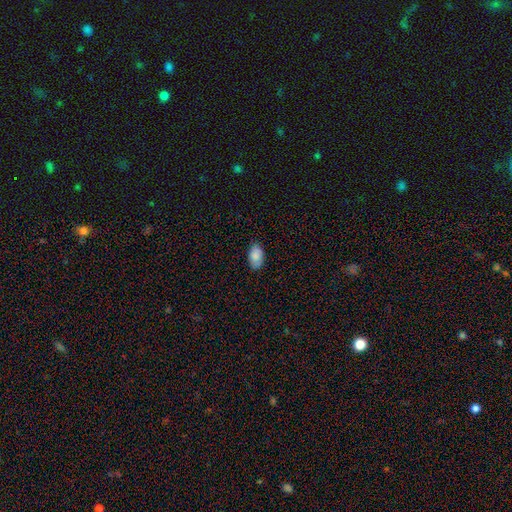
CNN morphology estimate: Overall: smooth (87%). How rounded: in between (94%). Merging: none (83%).